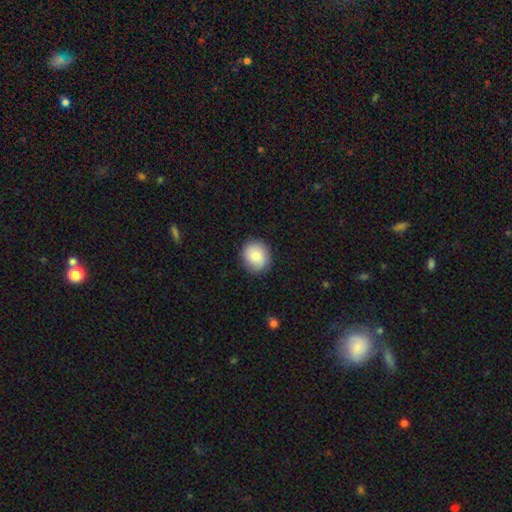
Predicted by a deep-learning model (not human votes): Smooth or featured? smooth (81%)
How rounded? round (79%)
Merging? none (88%)